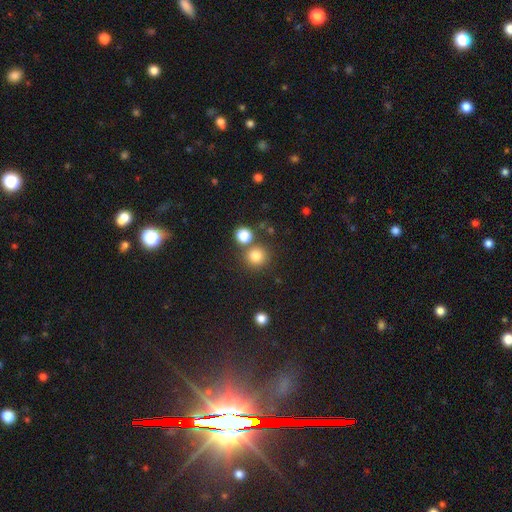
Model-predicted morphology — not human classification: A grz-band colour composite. It shows a smooth galaxy with no disk features (80%) that is round (91%). Merging: none (73%).